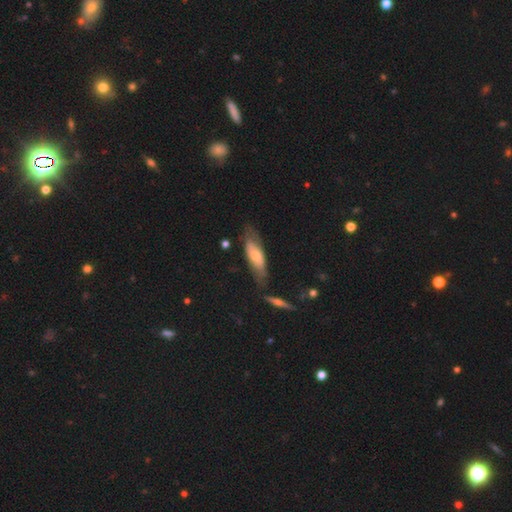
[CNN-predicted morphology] This is possibly a smooth galaxy (54%). How rounded: possibly in between (58%). Merging: possibly none (58%).